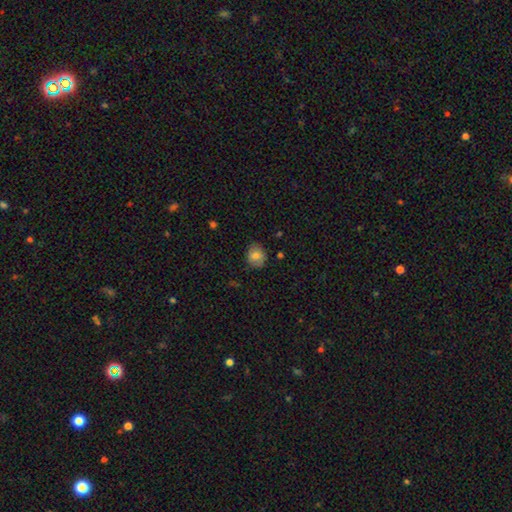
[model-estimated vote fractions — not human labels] smooth-or-featured: smooth: 78% | featured or disk: 14% | star or artifact: 9%
  how-rounded: round: 64% | in between: 35% | cigar-shaped: 1%
  merging: none: 80% | minor disturbance: 16% | major disturbance: 3% | merger: 1%